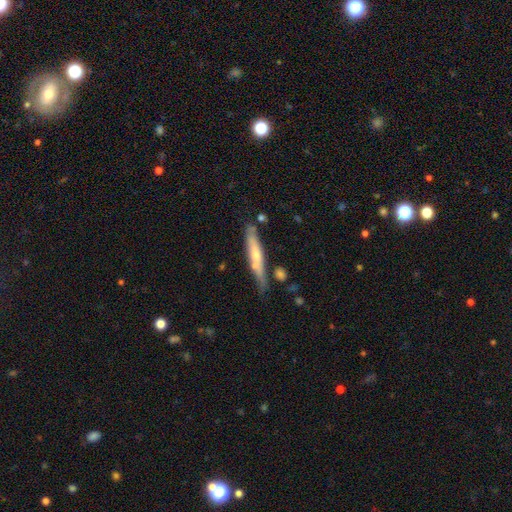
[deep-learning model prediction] Q: Smooth or featured?
A: smooth (49%); runner-up: featured or disk (45%)
Q: Merging?
A: none (68%); runner-up: minor disturbance (19%)